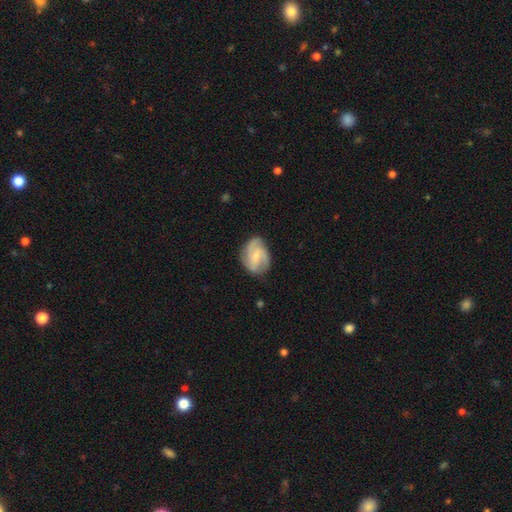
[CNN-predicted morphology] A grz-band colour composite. It shows a featured or disk galaxy (75%) with no bar (51%), 3 (52%) medium (49%) spiral arms (95%) and a small central bulge (63%). Merging: none (74%).